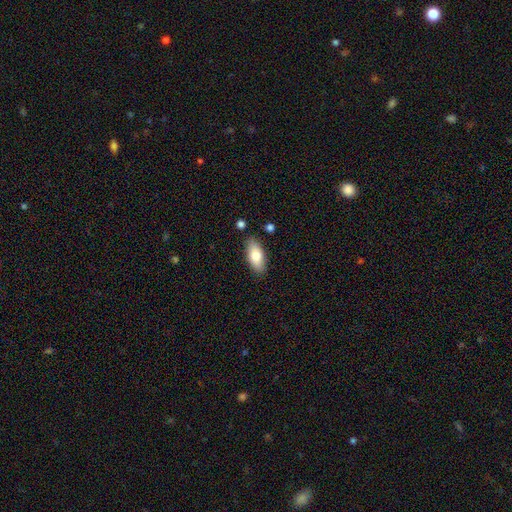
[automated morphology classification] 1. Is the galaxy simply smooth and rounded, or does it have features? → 77% smooth, 16% featured or disk, 6% star or artifact.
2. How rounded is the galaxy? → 86% in between, 11% cigar-shaped, 3% round.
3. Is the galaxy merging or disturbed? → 84% none, 11% minor disturbance, 3% merger, 2% major disturbance.